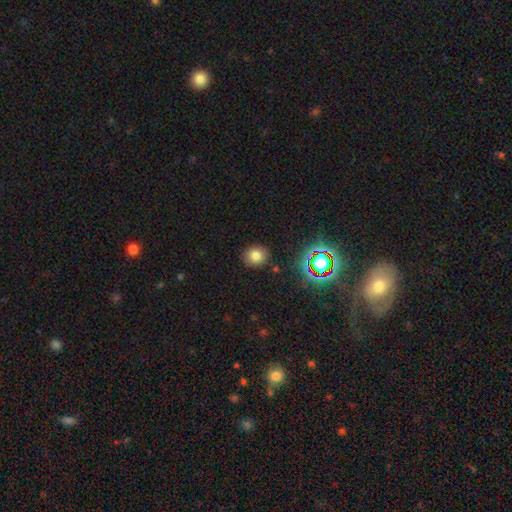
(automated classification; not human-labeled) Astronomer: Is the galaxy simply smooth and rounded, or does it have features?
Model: smooth — 76%.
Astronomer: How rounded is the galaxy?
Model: round — 83%.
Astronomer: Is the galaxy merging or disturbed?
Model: none — 87%.